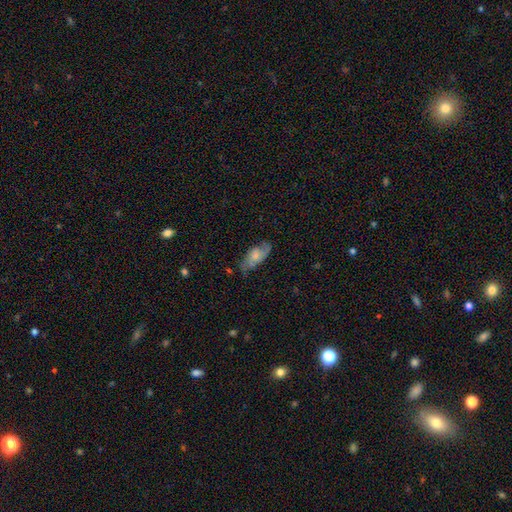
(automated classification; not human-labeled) Smooth or featured? featured or disk (51%)
Edge-on disk? no (89%)
Merging? none (62%)